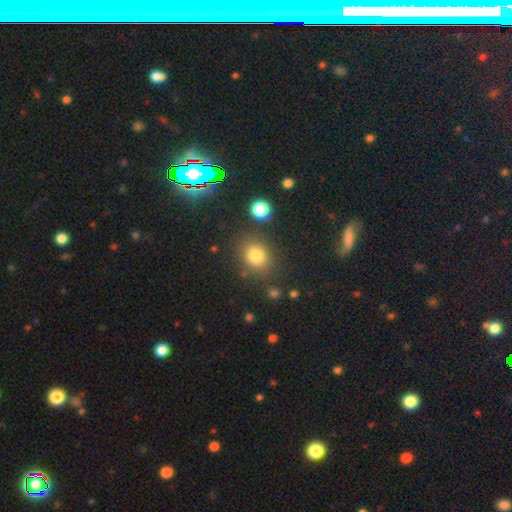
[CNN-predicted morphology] Smooth or featured?
  - smooth: 78% *
  - star or artifact: 15%
  - featured or disk: 7%
How rounded?
  - round: 70% *
  - in between: 29%
  - cigar-shaped: 1%
Merging?
  - none: 81% *
  - minor disturbance: 10%
  - merger: 5%
  - major disturbance: 4%